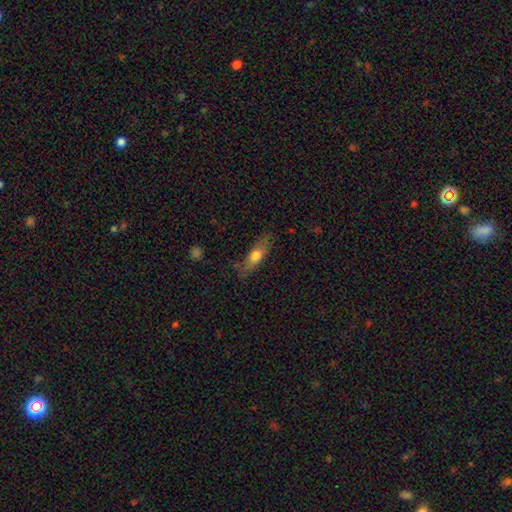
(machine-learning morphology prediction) Smooth or featured: smooth — 64% (featured or disk — 29%)
How rounded: cigar-shaped — 49% (in between — 47%)
Merging: none — 68% (minor disturbance — 22%)